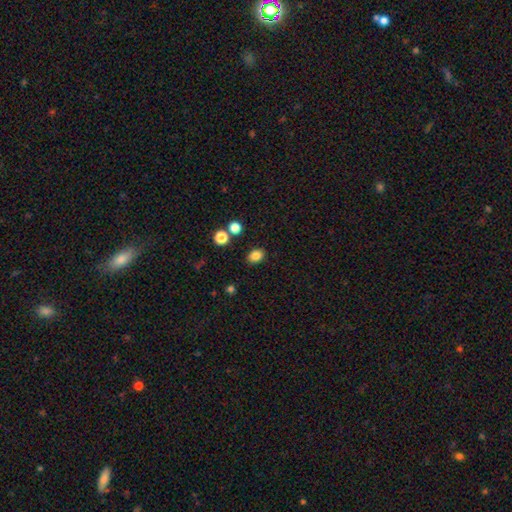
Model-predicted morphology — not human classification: The model was most divided on "how rounded": in between: 62%, round: 37%, cigar-shaped: 1%. More confident: merging — none (87%); smooth or featured — smooth (83%).